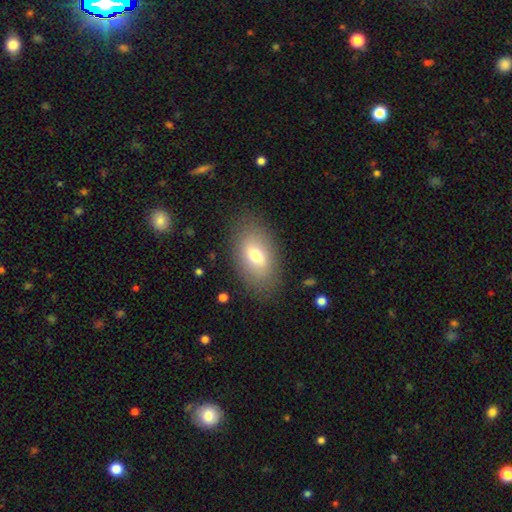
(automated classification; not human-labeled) smooth-or-featured: smooth: 69% | featured or disk: 23% | star or artifact: 9%
  how-rounded: in between: 90% | round: 7% | cigar-shaped: 2%
  merging: none: 83% | minor disturbance: 11% | major disturbance: 4% | merger: 1%